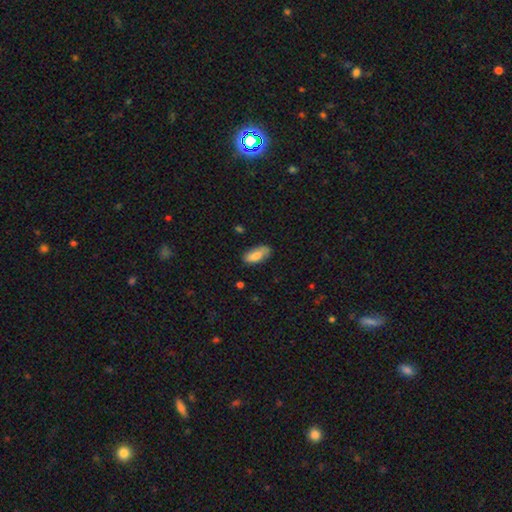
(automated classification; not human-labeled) smooth 81%, featured or disk 12%, star or artifact 6%. Down the decision tree: how rounded — in between (85%); merging — none (72%).